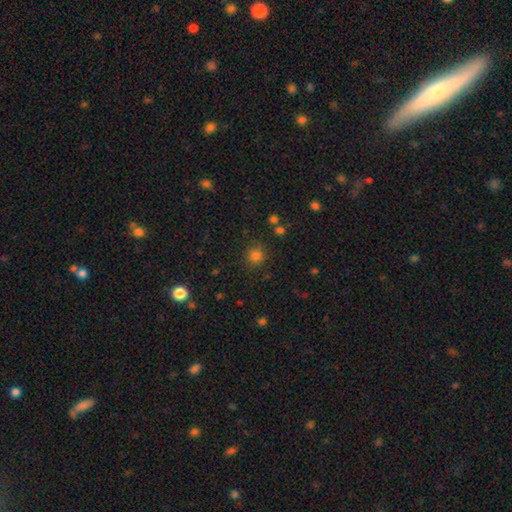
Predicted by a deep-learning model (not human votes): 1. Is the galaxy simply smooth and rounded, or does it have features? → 80% smooth, 15% star or artifact, 5% featured or disk.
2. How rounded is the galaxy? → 90% round, 9% in between, 1% cigar-shaped.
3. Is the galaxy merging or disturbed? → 85% none, 9% minor disturbance, 3% major disturbance, 3% merger.